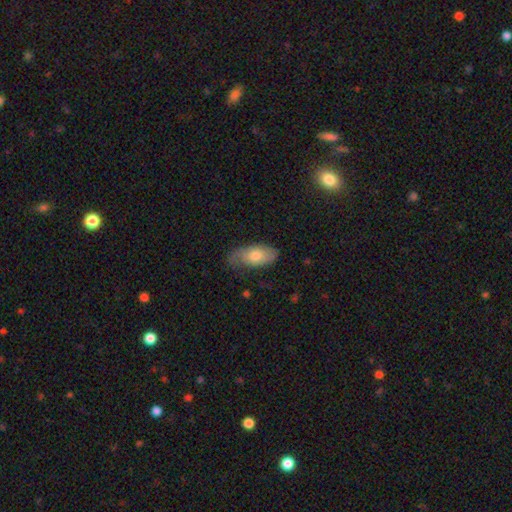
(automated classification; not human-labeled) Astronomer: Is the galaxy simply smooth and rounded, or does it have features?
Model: smooth — 66%.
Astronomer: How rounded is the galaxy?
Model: in between — 90%.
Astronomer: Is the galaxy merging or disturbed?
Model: none — 61%.